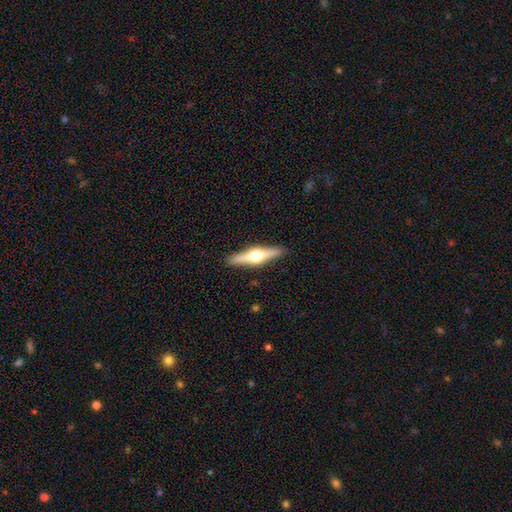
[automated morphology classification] smooth_or_featured: featured or disk (p=0.68) [alt: smooth p=0.27]
disk_edge_on: yes (p=0.97) [alt: no p=0.03]
edge_on_bulge: rounded (p=0.95) [alt: boxy p=0.03]
merging: none (p=0.91) [alt: minor disturbance p=0.06]